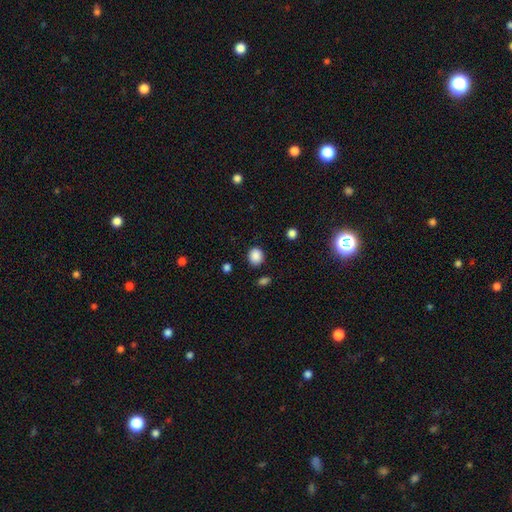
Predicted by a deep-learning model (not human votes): Q: Smooth or featured?
A: smooth (87%); runner-up: star or artifact (10%)
Q: How rounded?
A: round (71%); runner-up: in between (28%)
Q: Merging?
A: none (85%); runner-up: minor disturbance (9%)